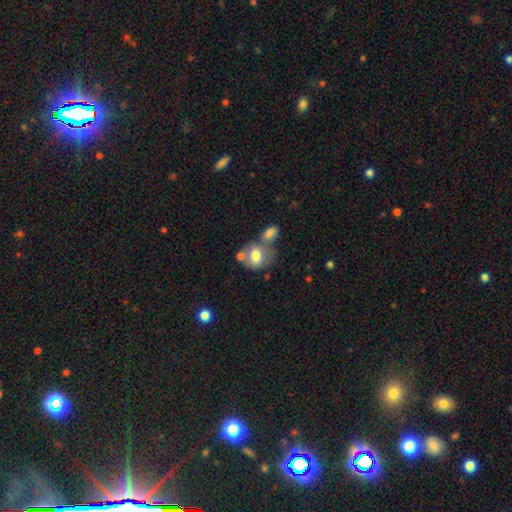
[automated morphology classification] Smooth or featured: smooth — 66% (featured or disk — 26%)
How rounded: in between — 51% (round — 48%)
Merging: merger — 43% (none — 34%)